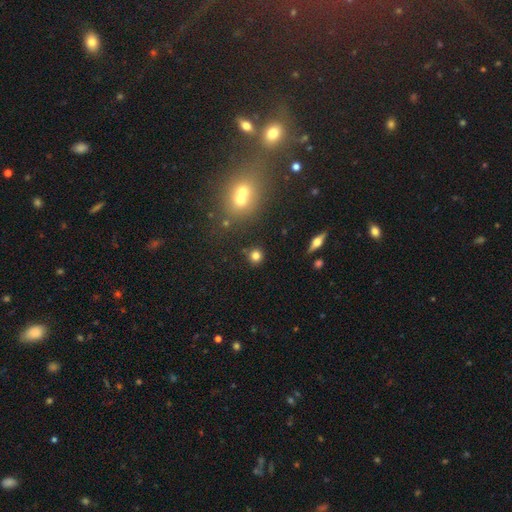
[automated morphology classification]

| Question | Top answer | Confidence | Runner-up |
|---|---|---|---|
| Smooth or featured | smooth | 79% | star or artifact (13%) |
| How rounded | round | 91% | in between (7%) |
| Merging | none | 85% | minor disturbance (7%) |